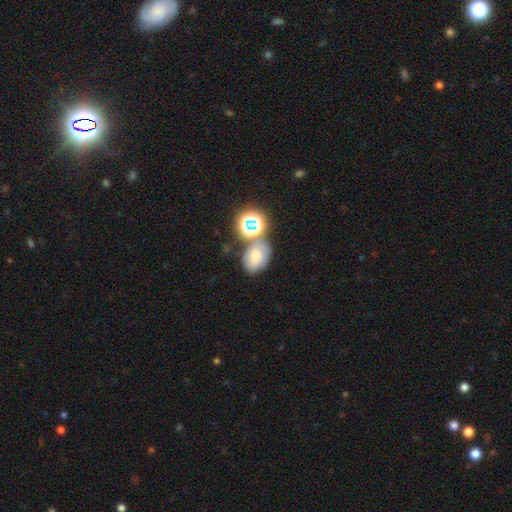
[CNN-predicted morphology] Smooth or featured? smooth (57%)
How rounded? in between (65%)
Merging? none (54%)